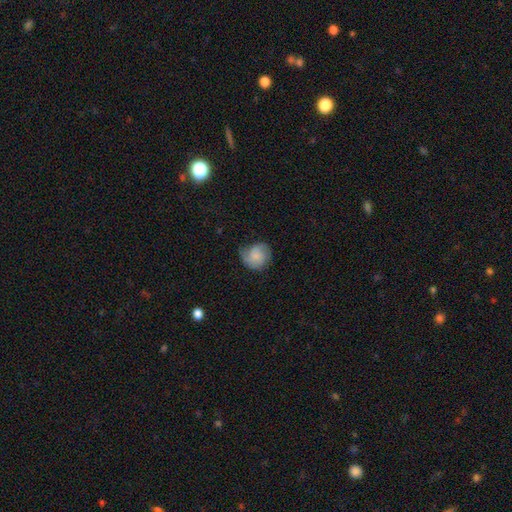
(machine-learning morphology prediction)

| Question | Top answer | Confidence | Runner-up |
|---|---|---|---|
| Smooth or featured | smooth | 62% | featured or disk (30%) |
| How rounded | round | 81% | in between (18%) |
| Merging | none | 55% | minor disturbance (31%) |